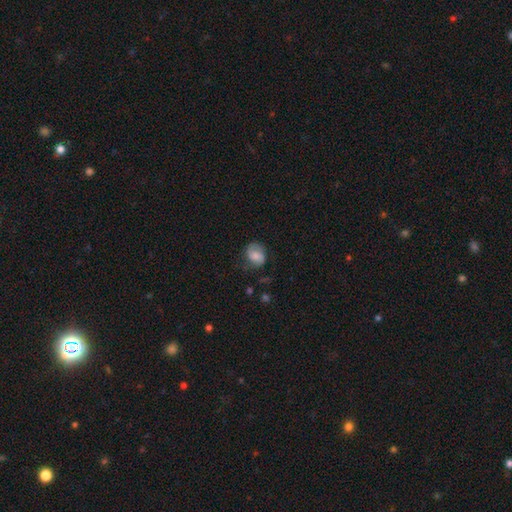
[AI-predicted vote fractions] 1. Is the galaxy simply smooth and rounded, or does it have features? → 65% smooth, 26% featured or disk, 8% star or artifact.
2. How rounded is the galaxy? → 50% round, 49% in between, 1% cigar-shaped.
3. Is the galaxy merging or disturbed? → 60% none, 27% minor disturbance, 12% major disturbance, 2% merger.